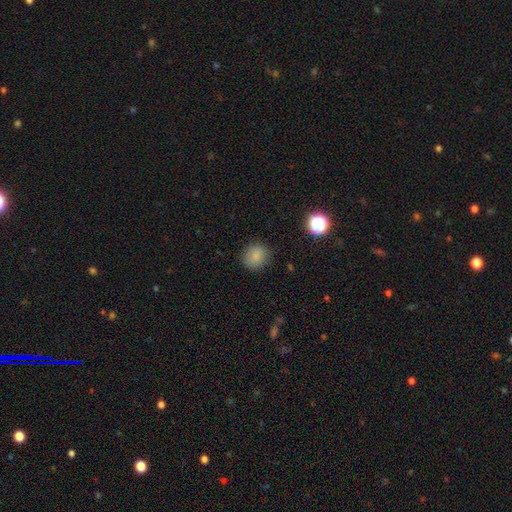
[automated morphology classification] Smooth or featured? smooth (82%)
How rounded? round (83%)
Merging? none (85%)